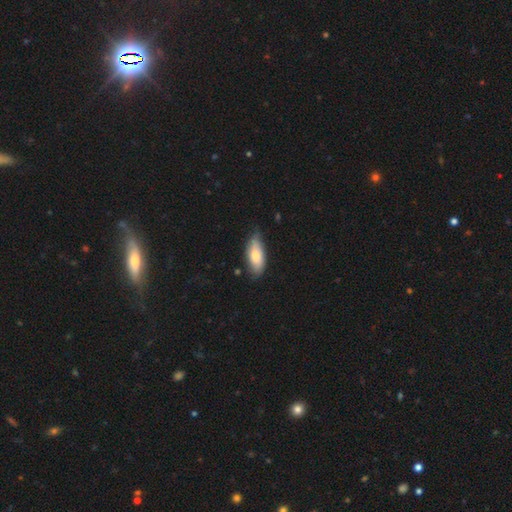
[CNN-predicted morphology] This appears to be a smooth galaxy with no disk features (72%) that is in between round and cigar-shaped (82%). Merging: none (68%).